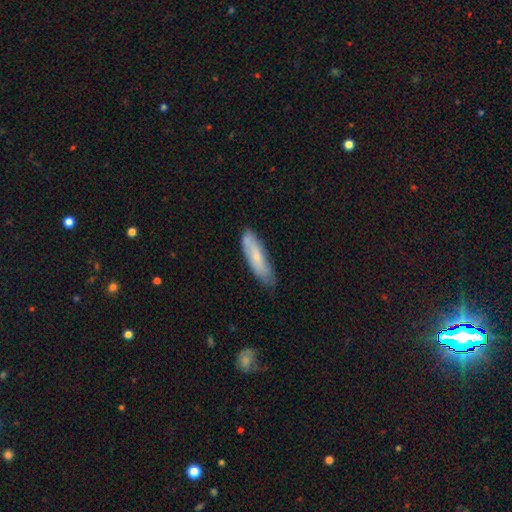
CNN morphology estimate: A smooth galaxy with no disk features (59%) that is cigar-shaped (64%).

Vote fractions:
- Smooth or featured? smooth: 59% / featured or disk: 35% / star or artifact: 6%
- How rounded? cigar-shaped: 64% / in between: 35% / round: 2%
- Merging? none: 71% / minor disturbance: 23% / major disturbance: 4% / merger: 2%